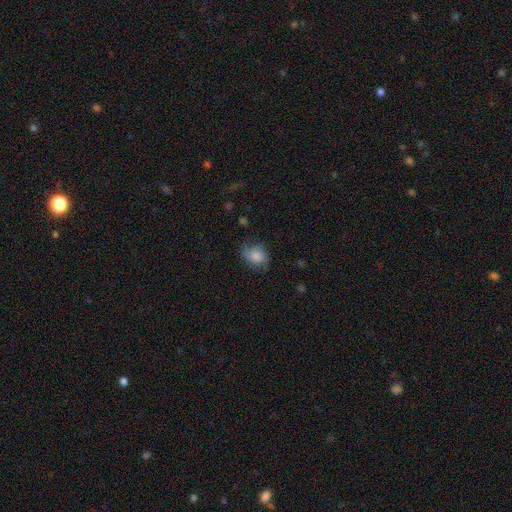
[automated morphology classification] Overall: smooth (68%). How rounded: in between (54%; round 45%). Merging: none (59%; minor disturbance 28%).